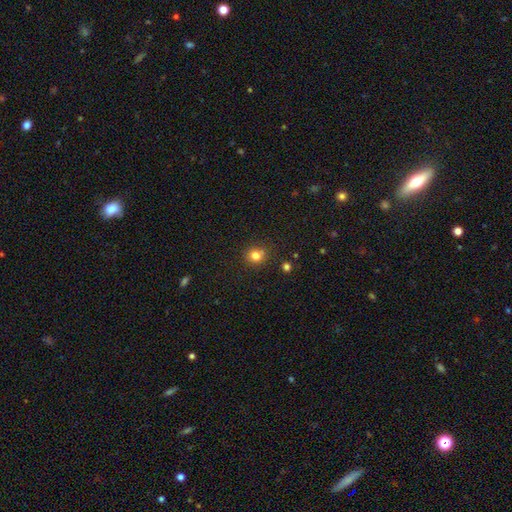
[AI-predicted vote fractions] Overall: smooth (80%). How rounded: round (80%). Merging: none (81%).